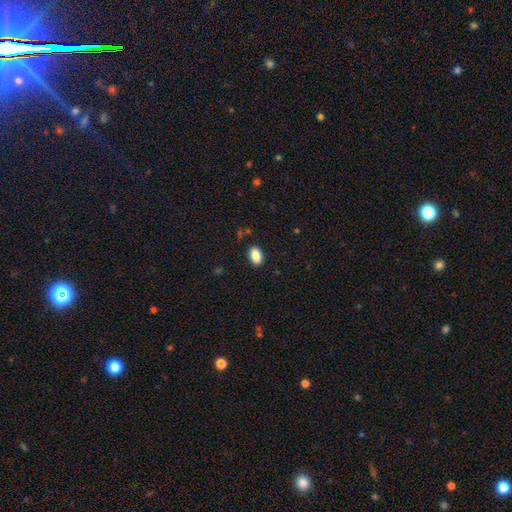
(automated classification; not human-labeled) Morphology: type=smooth (85%); roundness=in between (90%); merging=none (88%).